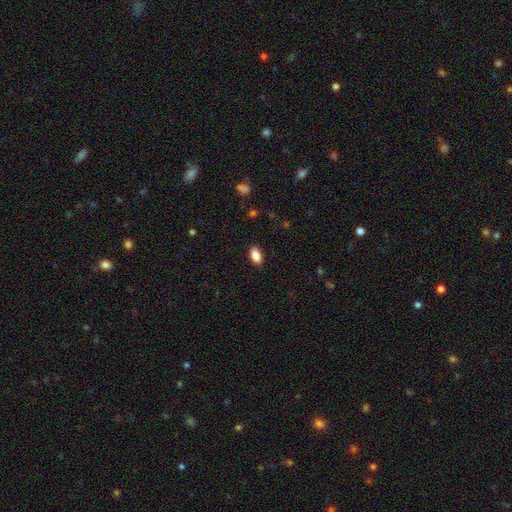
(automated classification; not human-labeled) Smooth or featured? Predicted: smooth (p=0.88). How rounded? Predicted: in between (p=0.92). Merging? Predicted: none (p=0.88).